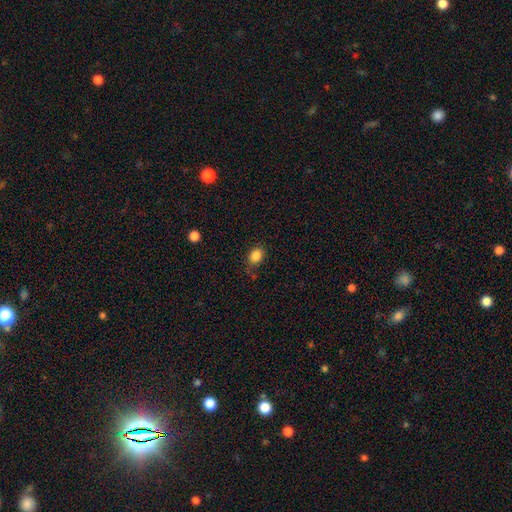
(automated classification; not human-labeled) Morphology: type=smooth (86%); roundness=in between (61%); merging=none (76%).